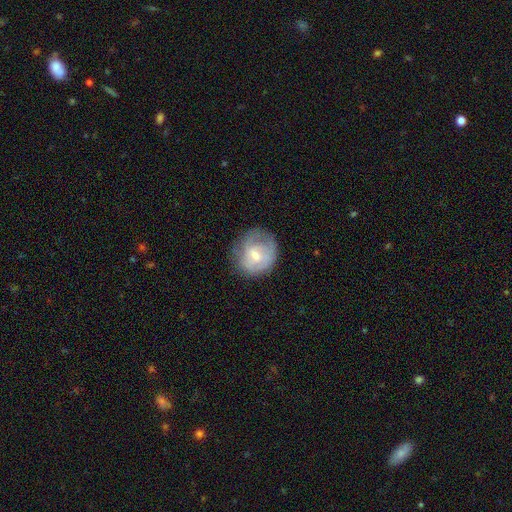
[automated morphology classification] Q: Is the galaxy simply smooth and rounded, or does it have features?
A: featured or disk — 48%.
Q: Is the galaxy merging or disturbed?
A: none — 58%.